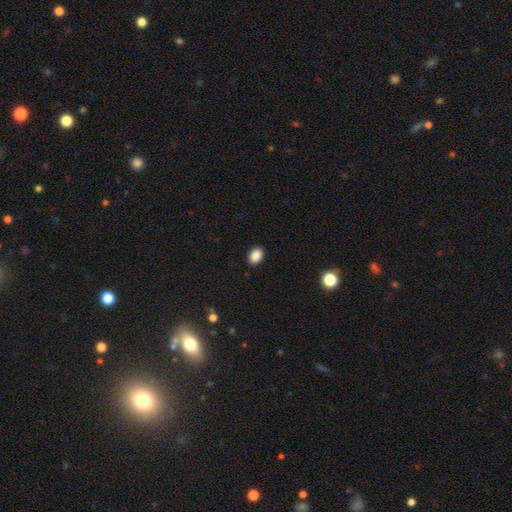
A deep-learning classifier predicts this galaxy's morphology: A smooth galaxy with no disk features (88%) that is in between round and cigar-shaped (74%).

Vote fractions:
- Smooth or featured? smooth: 88% / star or artifact: 9% / featured or disk: 3%
- How rounded? in between: 74% / round: 25% / cigar-shaped: 1%
- Merging? none: 90% / minor disturbance: 7% / major disturbance: 2% / merger: 1%